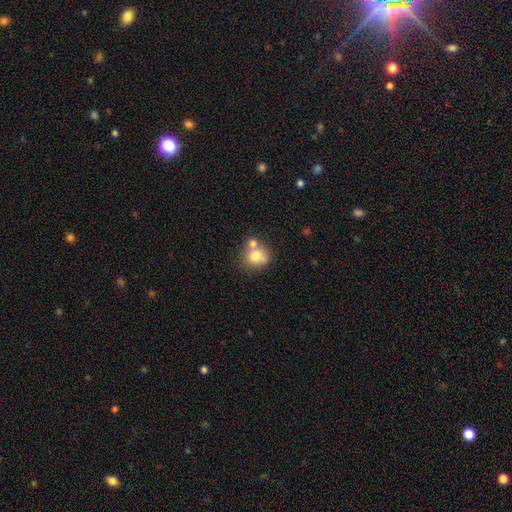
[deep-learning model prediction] Q: Smooth or featured?
A: smooth (74%); runner-up: featured or disk (16%)
Q: How rounded?
A: round (71%); runner-up: in between (28%)
Q: Merging?
A: none (46%); runner-up: merger (38%)